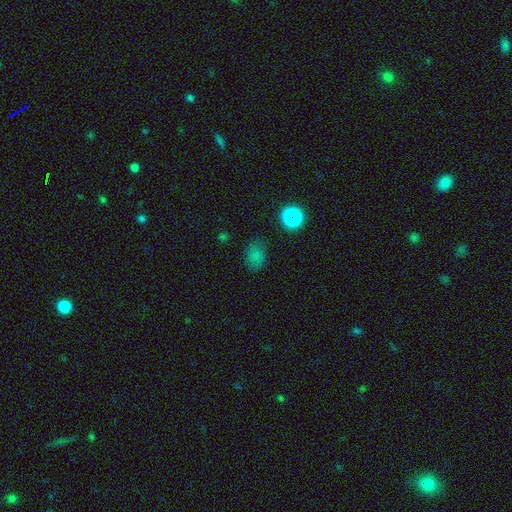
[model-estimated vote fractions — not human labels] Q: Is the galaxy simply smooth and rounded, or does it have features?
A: smooth — 74%.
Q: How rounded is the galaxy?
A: in between — 63%.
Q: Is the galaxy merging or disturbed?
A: none — 76%.